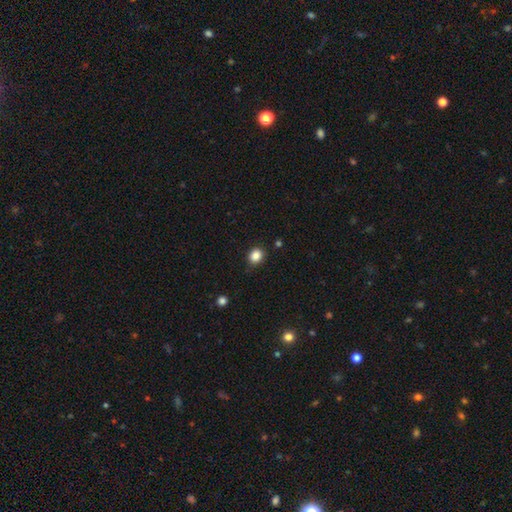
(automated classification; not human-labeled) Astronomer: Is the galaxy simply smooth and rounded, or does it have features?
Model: smooth — 86%.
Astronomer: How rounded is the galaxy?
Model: round — 69%.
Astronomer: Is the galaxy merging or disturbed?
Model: none — 88%.